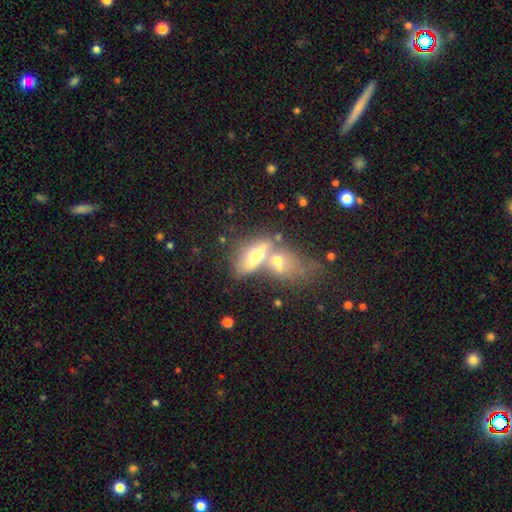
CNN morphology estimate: Smooth or featured? featured or disk (48%)
Merging? merger (59%)